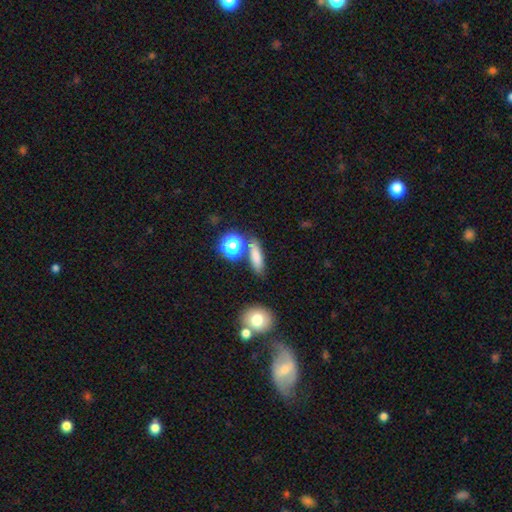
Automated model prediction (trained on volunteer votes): smooth 77%, star or artifact 12%, featured or disk 11%. Down the decision tree: how rounded — cigar-shaped (51%); merging — none (72%).